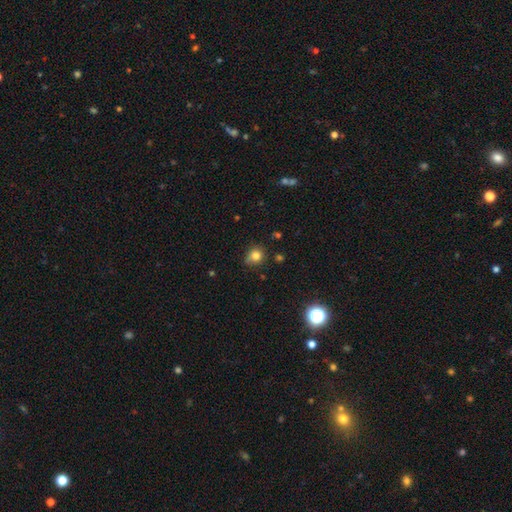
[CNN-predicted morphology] smooth-or-featured: smooth: 80% | star or artifact: 12% | featured or disk: 8%
  how-rounded: round: 77% | in between: 22% | cigar-shaped: 1%
  merging: none: 69% | minor disturbance: 24% | major disturbance: 5% | merger: 3%